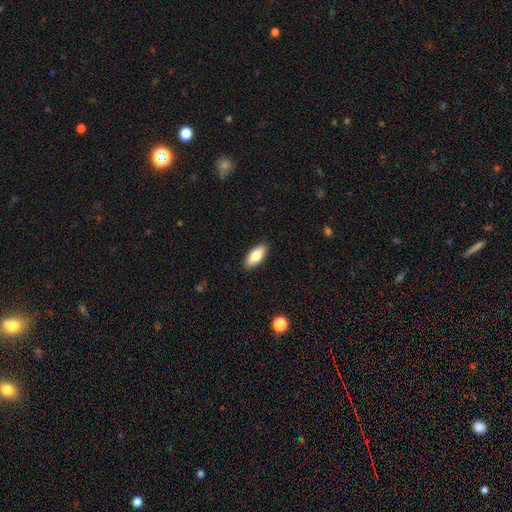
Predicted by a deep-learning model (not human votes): smooth 80%, featured or disk 14%, star or artifact 6%. Down the decision tree: how rounded — in between (84%); merging — none (90%).